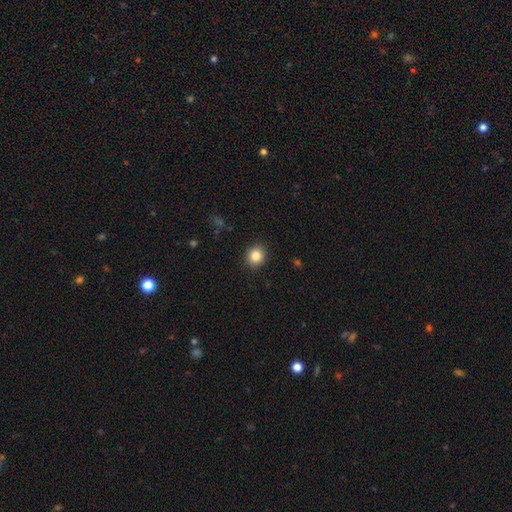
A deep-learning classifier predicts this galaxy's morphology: smooth_or_featured: smooth (p=0.85) [alt: star or artifact p=0.10]
how_rounded: round (p=0.86) [alt: in between p=0.13]
merging: none (p=0.91) [alt: minor disturbance p=0.06]